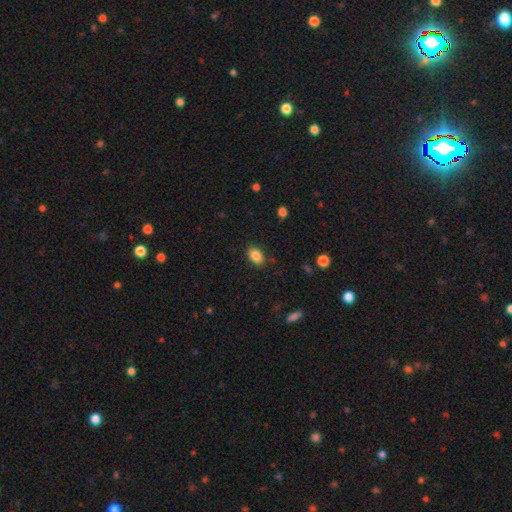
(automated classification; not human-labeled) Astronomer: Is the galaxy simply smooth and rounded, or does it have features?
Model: smooth — 86%.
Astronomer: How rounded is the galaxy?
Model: in between — 84%.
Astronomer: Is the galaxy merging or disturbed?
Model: none — 85%.